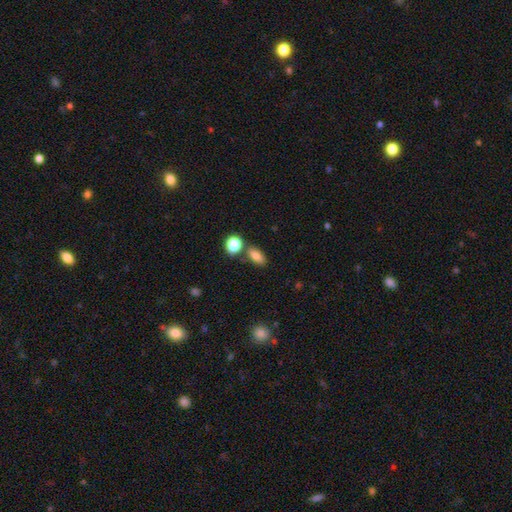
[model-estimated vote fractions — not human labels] Smooth or featured? Predicted: smooth (p=0.81). How rounded? Predicted: in between (p=0.81). Merging? Predicted: none (p=0.72).